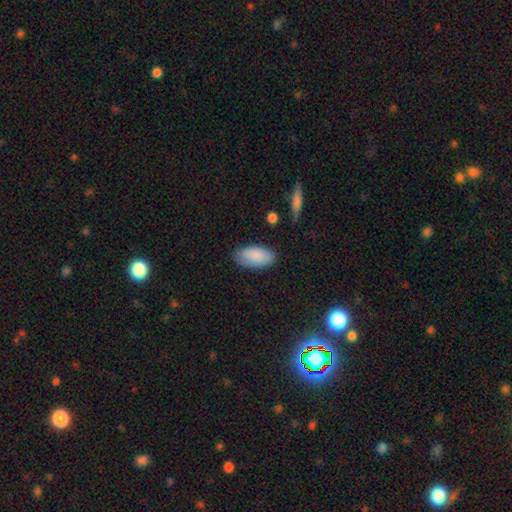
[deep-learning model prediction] This is clearly a smooth galaxy (87%). How rounded: clearly in between (93%). Merging: clearly none (83%).